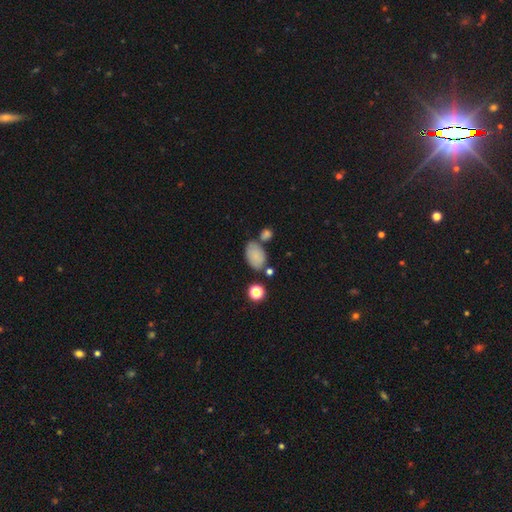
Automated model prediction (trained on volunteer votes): This is clearly a smooth galaxy (81%). How rounded: clearly in between (91%). Merging: likely none (64%).